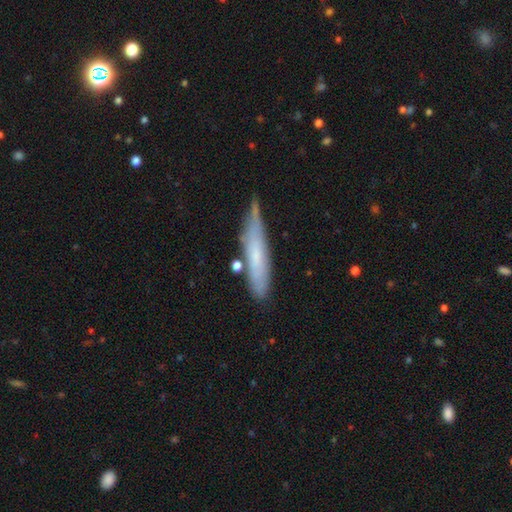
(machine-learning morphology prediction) Overall: smooth (59%; featured or disk 34%). How rounded: cigar-shaped (85%). Merging: none (62%; minor disturbance 27%).